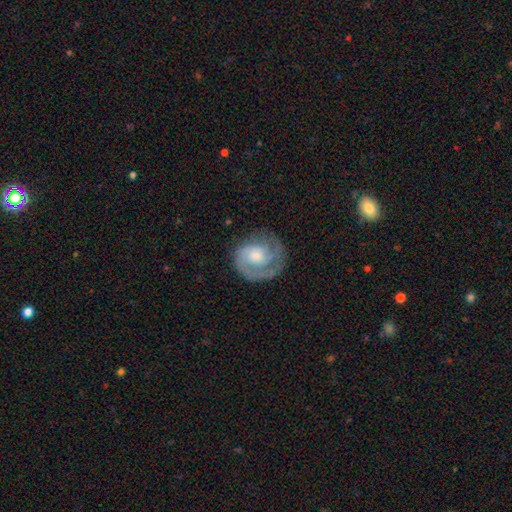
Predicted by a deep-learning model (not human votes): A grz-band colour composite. It shows a featured or disk galaxy (71%) with no bar (72%), 1 (41%) tight (55%) spiral arms (90%) and a moderate central bulge (49%). Merging: none (68%).